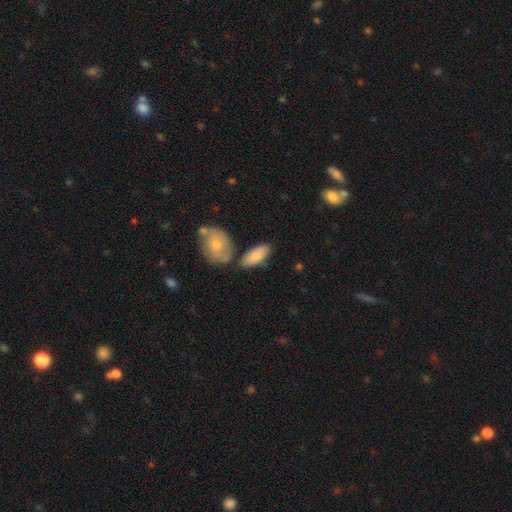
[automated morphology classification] Smooth or featured?
  - smooth: 79% *
  - featured or disk: 16%
  - star or artifact: 6%
How rounded?
  - in between: 88% *
  - cigar-shaped: 10%
  - round: 3%
Merging?
  - none: 63% *
  - merger: 17%
  - minor disturbance: 16%
  - major disturbance: 4%